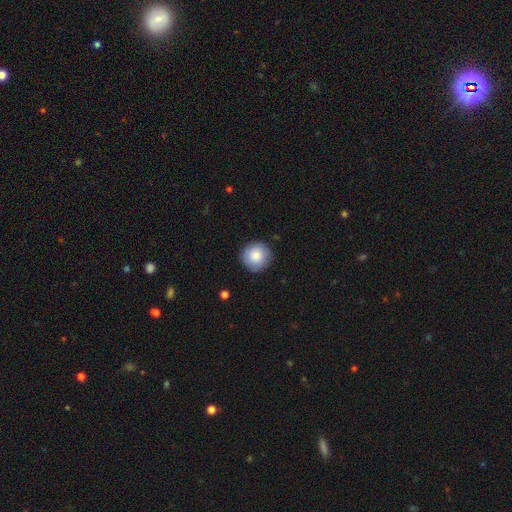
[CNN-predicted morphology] smooth-or-featured: smooth: 85% | featured or disk: 8% | star or artifact: 7%
  how-rounded: round: 95% | in between: 4% | cigar-shaped: 1%
  merging: none: 89% | minor disturbance: 8% | major disturbance: 2% | merger: 1%